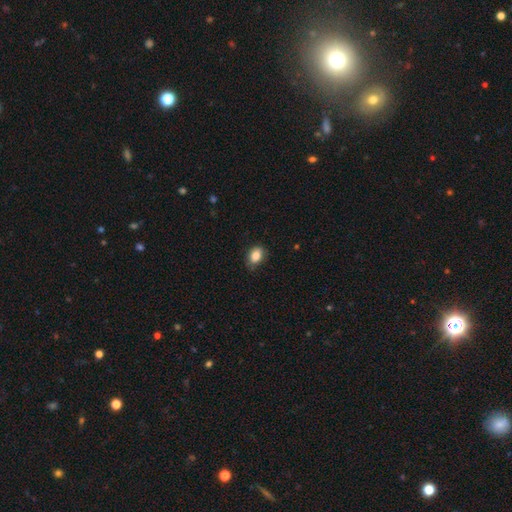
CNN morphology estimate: Q: Smooth or featured?
A: smooth (85%); runner-up: star or artifact (9%)
Q: How rounded?
A: in between (75%); runner-up: round (24%)
Q: Merging?
A: none (77%); runner-up: minor disturbance (19%)